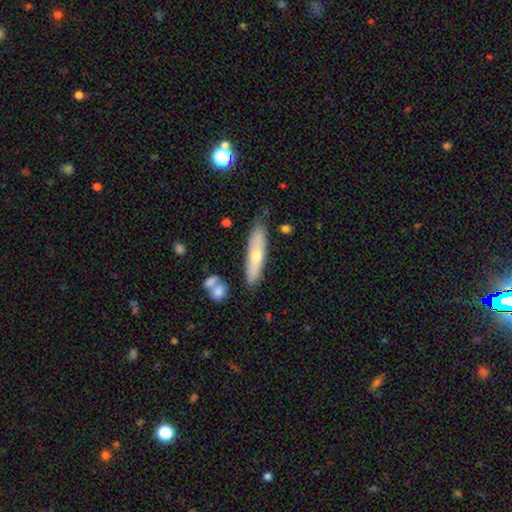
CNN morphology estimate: smooth_or_featured: smooth (p=0.56) [alt: featured or disk p=0.38]
how_rounded: cigar-shaped (p=0.73) [alt: in between p=0.25]
merging: none (p=0.78) [alt: minor disturbance p=0.15]